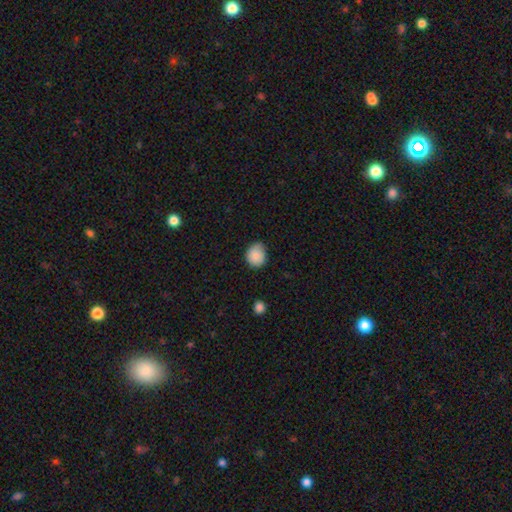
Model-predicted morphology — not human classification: Q: Smooth or featured?
A: smooth (85%); runner-up: star or artifact (8%)
Q: How rounded?
A: round (72%); runner-up: in between (27%)
Q: Merging?
A: none (66%); runner-up: minor disturbance (28%)